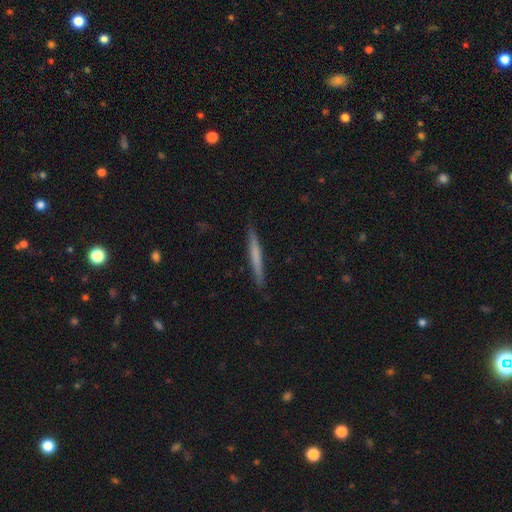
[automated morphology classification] A smooth galaxy with no disk features (58%) that is cigar-shaped (97%).

Vote fractions:
- Smooth or featured? smooth: 58% / featured or disk: 37% / star or artifact: 5%
- How rounded? cigar-shaped: 97% / in between: 2% / round: 1%
- Merging? none: 90% / minor disturbance: 7% / major disturbance: 1% / merger: 1%